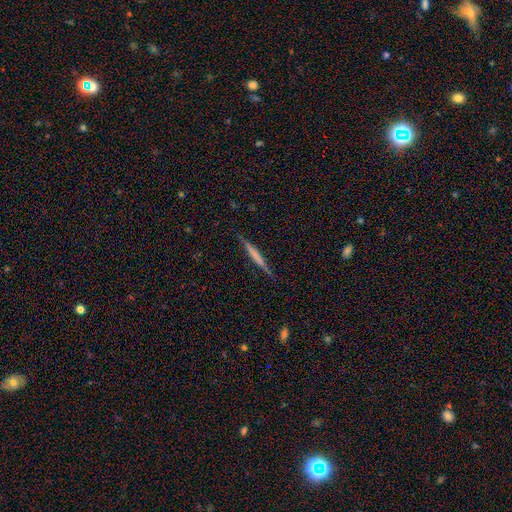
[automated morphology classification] This is possibly a smooth galaxy (48%). Merging: clearly none (87%).